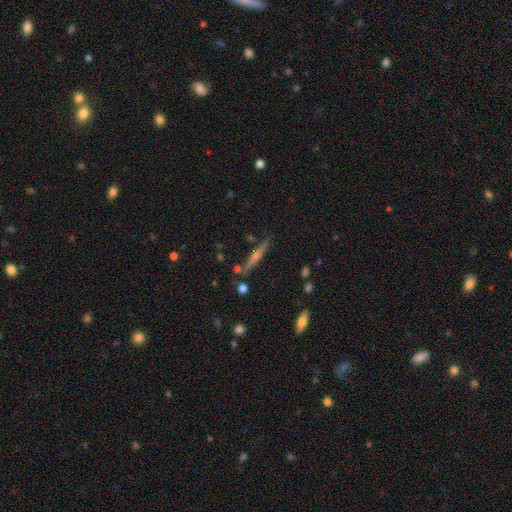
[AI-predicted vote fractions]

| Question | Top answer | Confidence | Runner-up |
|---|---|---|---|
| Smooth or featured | featured or disk | 64% | smooth (27%) |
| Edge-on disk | yes | 96% | no (4%) |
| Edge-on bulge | rounded | 70% | none (21%) |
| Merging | none | 83% | minor disturbance (10%) |